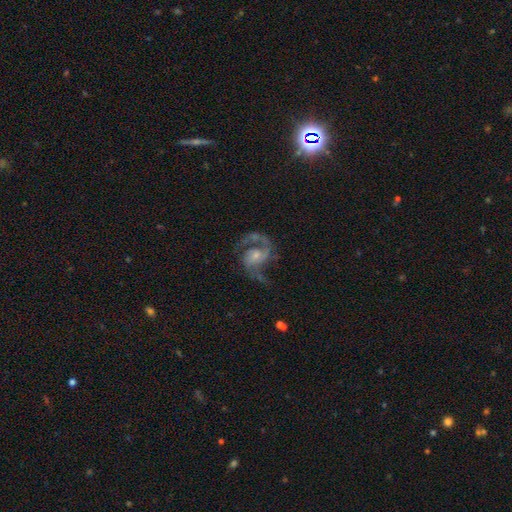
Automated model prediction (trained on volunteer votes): smooth_or_featured: featured or disk (p=0.89) [alt: star or artifact p=0.06]
disk_edge_on: no (p=0.98) [alt: yes p=0.02]
bar: no (p=0.52) [alt: weak p=0.37]
has_spiral_arms: yes (p=0.97) [alt: no p=0.03]
spiral_winding: medium (p=0.59) [alt: loose p=0.25]
spiral_arm_count: 2 (p=0.89) [alt: 1 p=0.03]
bulge_size: small (p=0.54) [alt: moderate p=0.35]
merging: none (p=0.67) [alt: minor disturbance p=0.15]